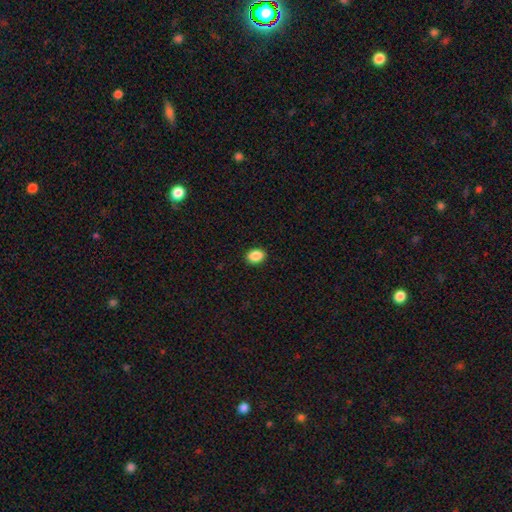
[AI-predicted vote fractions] smooth-or-featured: smooth: 89% | star or artifact: 8% | featured or disk: 3%
  how-rounded: in between: 75% | round: 24% | cigar-shaped: 1%
  merging: none: 91% | minor disturbance: 7% | major disturbance: 2% | merger: 1%